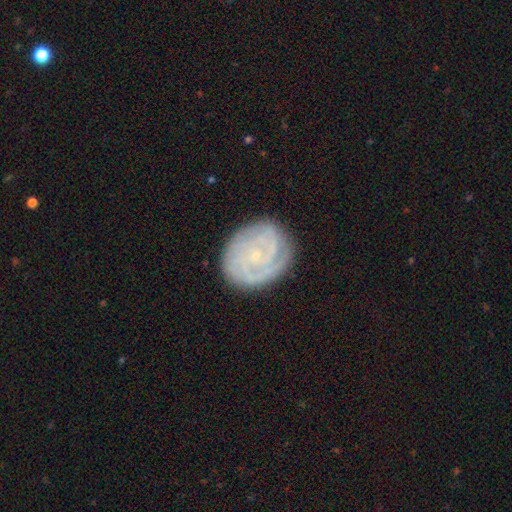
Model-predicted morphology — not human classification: A featured or disk galaxy (77%) with no bar (77%), tight (78%) spiral arms (94%) and a small central bulge (83%).

Vote fractions:
- Smooth or featured? featured or disk: 77% / smooth: 16% / star or artifact: 8%
- Edge-on disk? no: 97% / yes: 3%
- Bar? no: 77% / weak: 19% / strong: 4%
- Spiral arms? yes: 94% / no: 6%
- Spiral winding? tight: 78% / medium: 18% / loose: 4%
- Spiral arm count? can't tell: 31% / 3: 22% / 2: 18% / 4: 14% / more than 4: 7% / 1: 6%
- Bulge size? small: 83% / moderate: 11% / none: 4% / large: 1% / dominant: 1%
- Merging? none: 81% / minor disturbance: 14% / major disturbance: 4% / merger: 1%